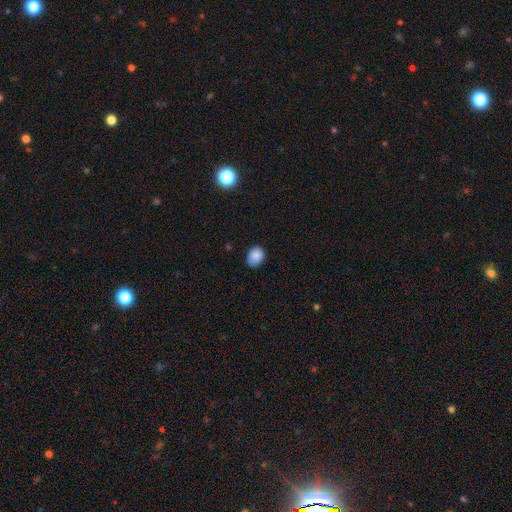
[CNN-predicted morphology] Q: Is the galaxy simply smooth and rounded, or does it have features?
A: smooth — 85%.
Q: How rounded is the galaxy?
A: in between — 55%.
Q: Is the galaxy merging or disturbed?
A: none — 74%.